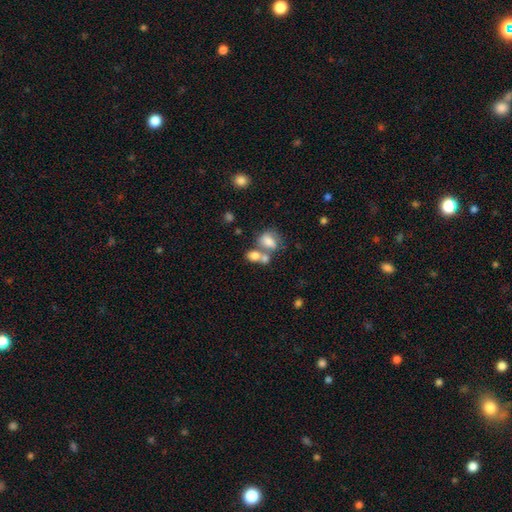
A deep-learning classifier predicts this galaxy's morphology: Smooth or featured?
  - smooth: 69% *
  - featured or disk: 20%
  - star or artifact: 10%
How rounded?
  - in between: 67% *
  - round: 30%
  - cigar-shaped: 2%
Merging?
  - merger: 55% *
  - none: 27%
  - minor disturbance: 10%
  - major disturbance: 7%